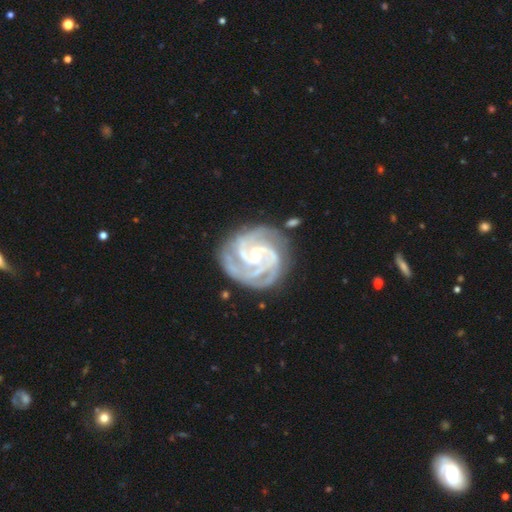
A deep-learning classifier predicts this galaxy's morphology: Smooth or featured: featured or disk — 92% (star or artifact — 4%)
Edge-on disk: no — 98% (yes — 2%)
Bar: no — 54% (weak — 33%)
Spiral arms: yes — 99% (no — 1%)
Spiral winding: tight — 66% (medium — 31%)
Spiral arm count: 3 — 50% (4 — 19%)
Bulge size: small — 71% (moderate — 26%)
Merging: none — 75% (minor disturbance — 17%)